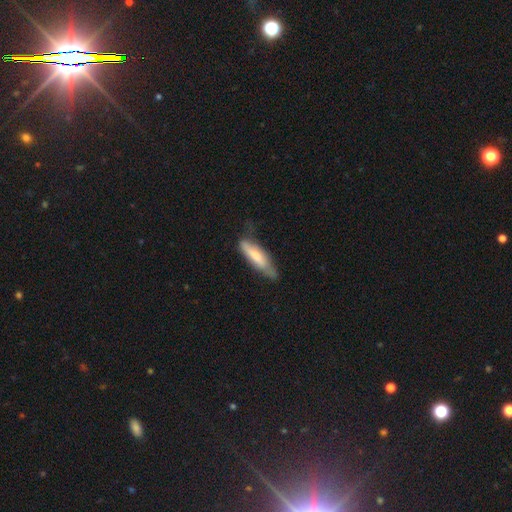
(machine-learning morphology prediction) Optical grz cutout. It shows a smooth galaxy with no disk features (67%) that is cigar-shaped (65%). Merging: none (50%).